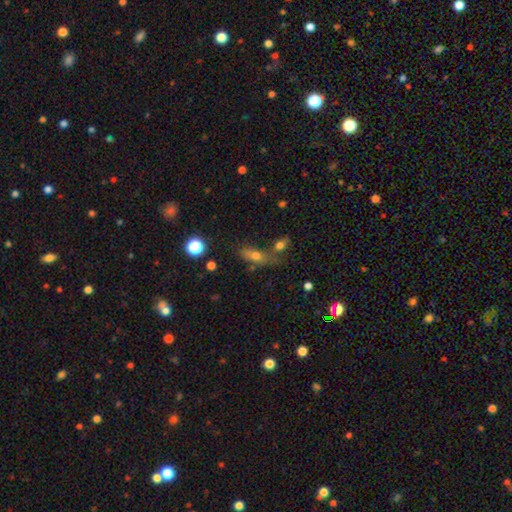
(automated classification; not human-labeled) The model was most divided on "merging": none: 44%, merger: 32%, minor disturbance: 15%, major disturbance: 8%. More confident: smooth or featured — smooth (65%); how rounded — in between (63%).